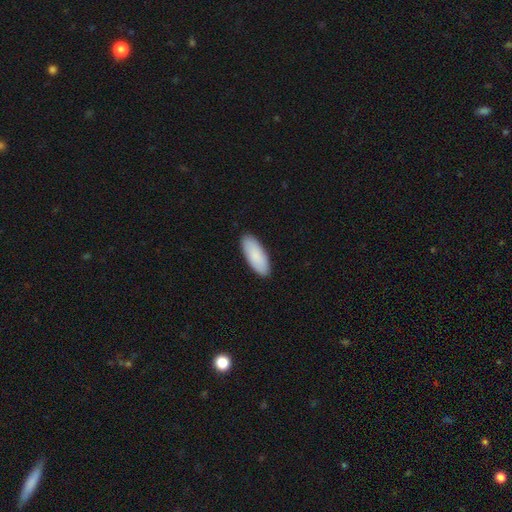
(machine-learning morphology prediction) type=smooth (88%); roundness=in between (79%); merging=none (89%).